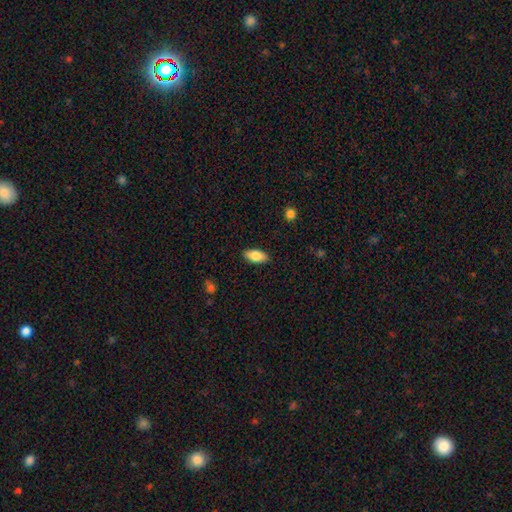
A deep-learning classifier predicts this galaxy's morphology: type=smooth (83%); roundness=in between (91%); merging=none (88%).